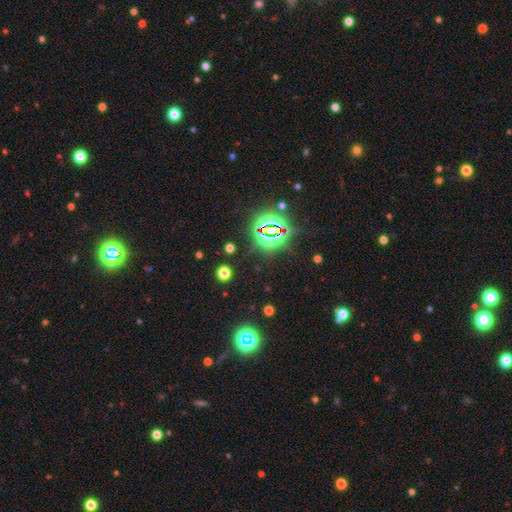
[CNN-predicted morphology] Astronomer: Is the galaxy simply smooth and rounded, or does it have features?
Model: star or artifact — 84%.